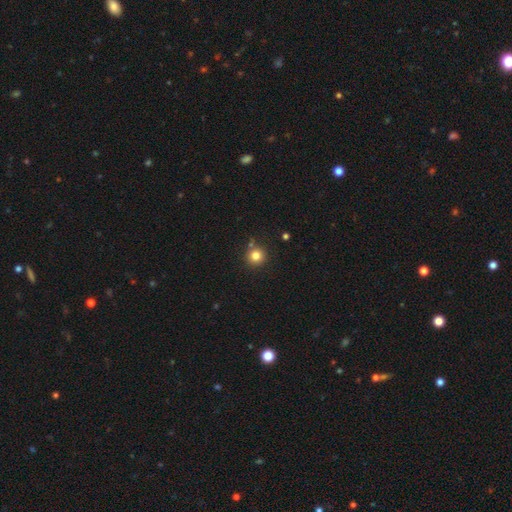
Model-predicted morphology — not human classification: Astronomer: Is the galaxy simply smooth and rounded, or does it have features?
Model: smooth — 82%.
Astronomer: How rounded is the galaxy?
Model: round — 93%.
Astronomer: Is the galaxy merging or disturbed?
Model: none — 82%.